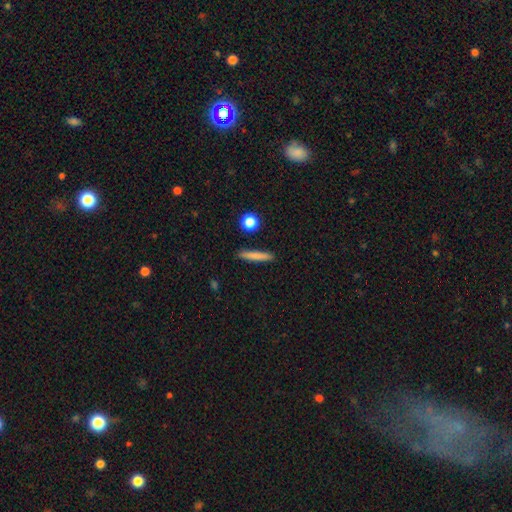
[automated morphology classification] Smooth or featured? Predicted: smooth (p=0.79). How rounded? Predicted: cigar-shaped (p=0.91). Merging? Predicted: none (p=0.90).